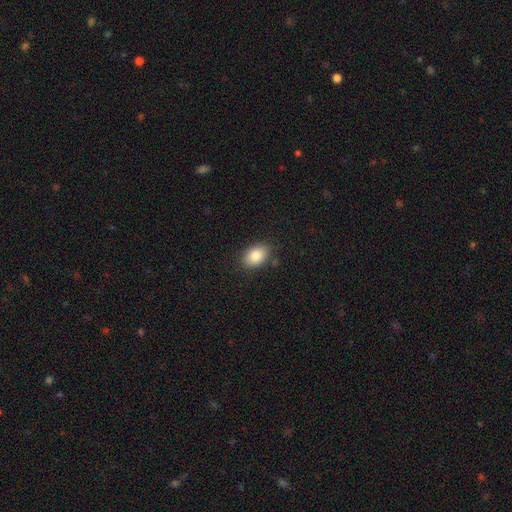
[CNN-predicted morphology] smooth-or-featured: smooth: 85% | star or artifact: 8% | featured or disk: 7%
  how-rounded: in between: 82% | round: 17% | cigar-shaped: 1%
  merging: none: 85% | minor disturbance: 11% | major disturbance: 3% | merger: 2%